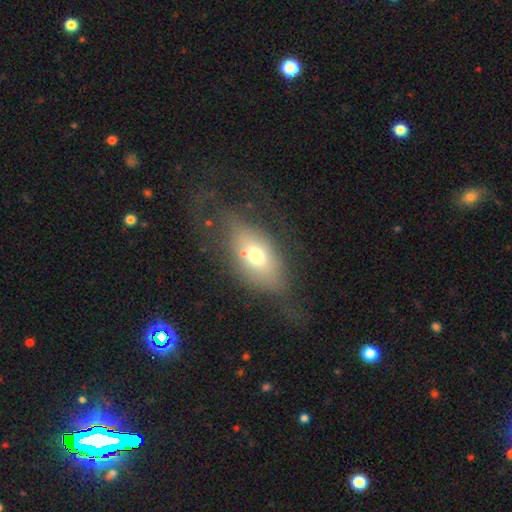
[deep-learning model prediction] This is possibly a smooth galaxy (59%). How rounded: clearly in between (82%). Merging: possibly none (47%).